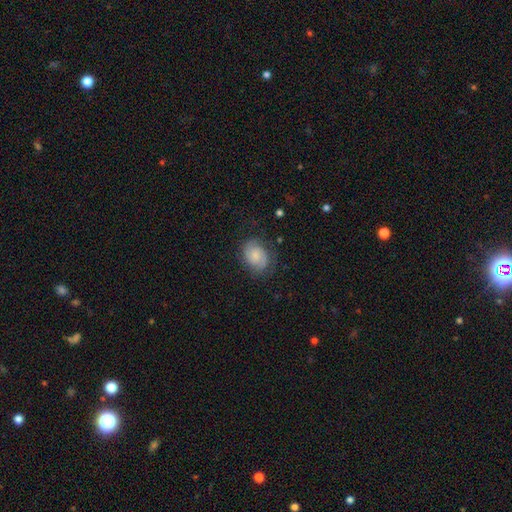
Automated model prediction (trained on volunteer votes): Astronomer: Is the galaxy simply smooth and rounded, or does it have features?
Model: featured or disk — 53% (runner-up: smooth, 38%).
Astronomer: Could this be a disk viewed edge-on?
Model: no — 98%.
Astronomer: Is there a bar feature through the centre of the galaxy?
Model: no — 62%.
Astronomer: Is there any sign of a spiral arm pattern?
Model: yes — 89%.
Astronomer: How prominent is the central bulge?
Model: small — 42% (runner-up: moderate, 31%).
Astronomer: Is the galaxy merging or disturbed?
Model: none — 72%.